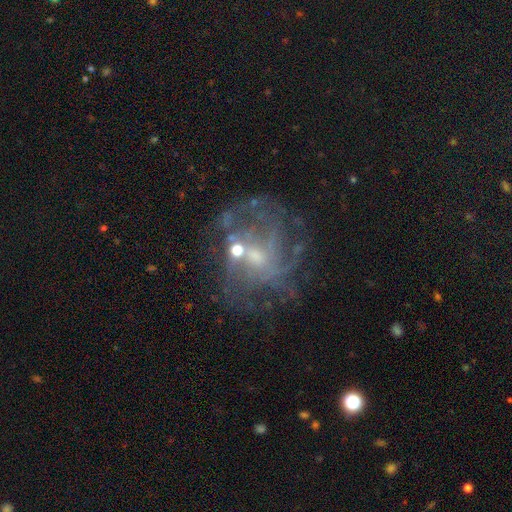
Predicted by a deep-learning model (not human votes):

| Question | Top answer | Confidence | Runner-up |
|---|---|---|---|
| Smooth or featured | featured or disk | 74% | star or artifact (14%) |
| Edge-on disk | no | 98% | yes (2%) |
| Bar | no | 61% | weak (33%) |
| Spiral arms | yes | 72% | no (28%) |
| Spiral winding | medium | 40% | tight (35%) |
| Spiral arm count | can't tell | 47% | 3 (15%) |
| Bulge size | small | 49% | moderate (33%) |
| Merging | none | 54% | major disturbance (21%) |